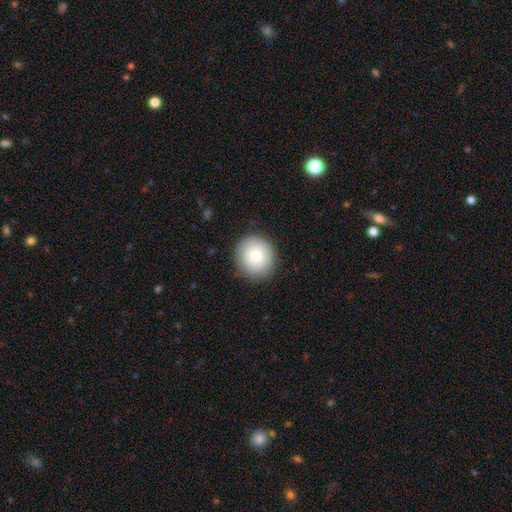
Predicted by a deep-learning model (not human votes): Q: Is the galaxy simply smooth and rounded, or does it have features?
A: smooth — 81%.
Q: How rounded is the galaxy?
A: round — 89%.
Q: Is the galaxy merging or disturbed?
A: none — 88%.